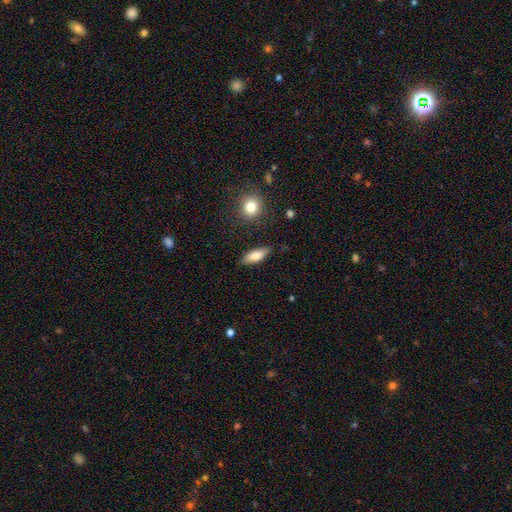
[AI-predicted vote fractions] This appears to be a smooth galaxy with no disk features (77%) that is in between round and cigar-shaped (67%). Merging: none (82%).